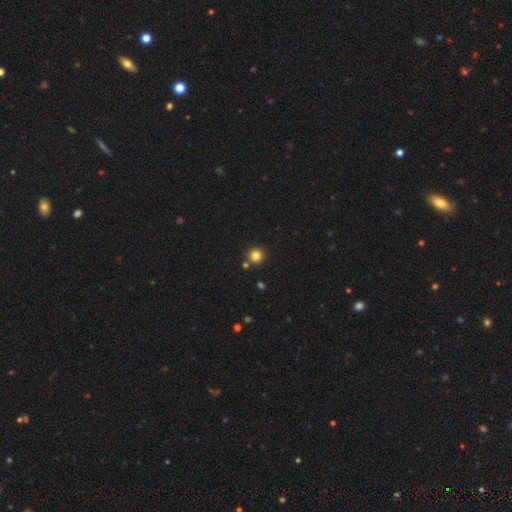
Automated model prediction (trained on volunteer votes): Overall: smooth (83%). How rounded: round (95%). Merging: none (86%).